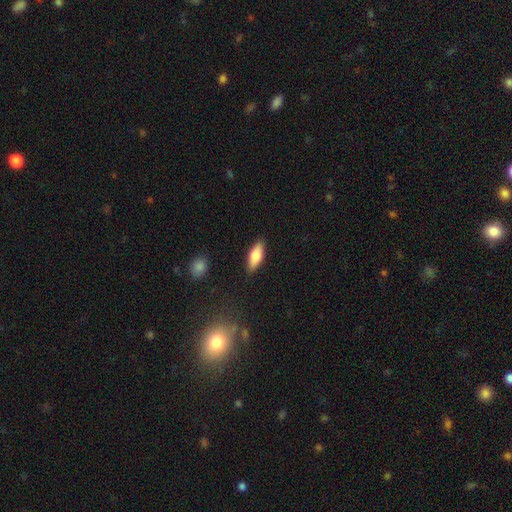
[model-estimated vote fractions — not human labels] Smooth or featured: smooth — 73% (featured or disk — 21%)
How rounded: in between — 70% (cigar-shaped — 28%)
Merging: none — 88% (minor disturbance — 9%)